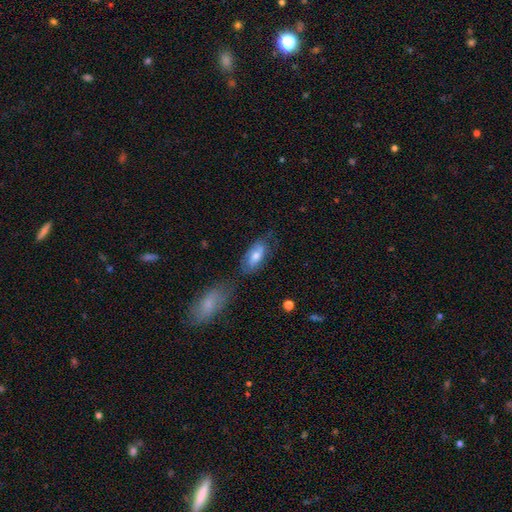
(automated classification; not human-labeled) A smooth galaxy with no disk features (62%) that is in between round and cigar-shaped (81%). Merging: none (58%).